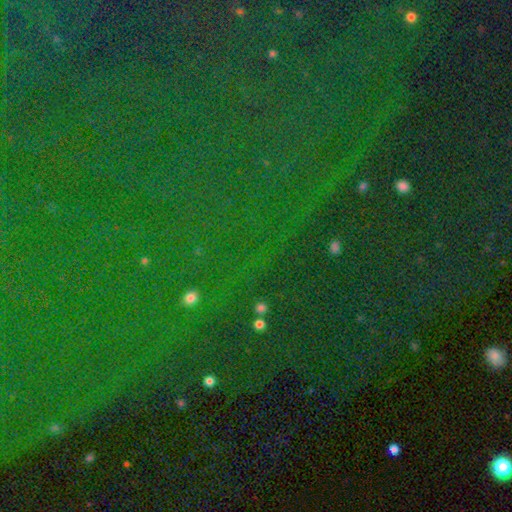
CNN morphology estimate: A star or artifact, not a galaxy (82%).

Vote fractions:
- Smooth or featured? star or artifact: 82% / smooth: 10% / featured or disk: 7%